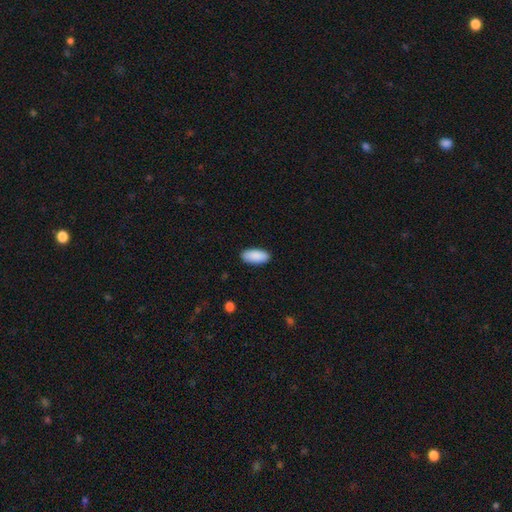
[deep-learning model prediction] A smooth galaxy with no disk features (90%) that is in between round and cigar-shaped (91%).

Vote fractions:
- Smooth or featured? smooth: 90% / star or artifact: 6% / featured or disk: 4%
- How rounded? in between: 91% / cigar-shaped: 7% / round: 2%
- Merging? none: 90% / minor disturbance: 7% / major disturbance: 2% / merger: 1%